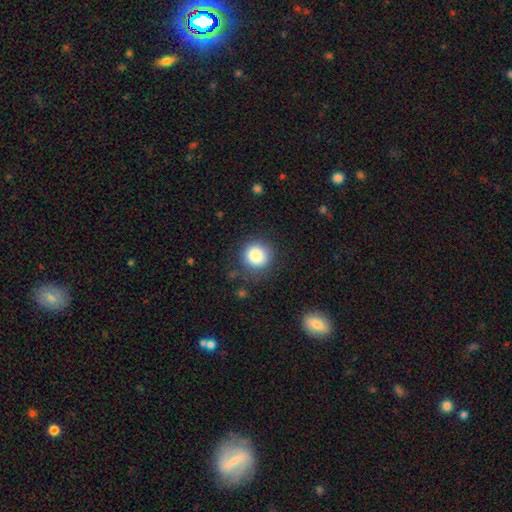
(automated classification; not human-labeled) smooth 84%, star or artifact 10%, featured or disk 6%. Down the decision tree: how rounded — round (91%); merging — none (84%).